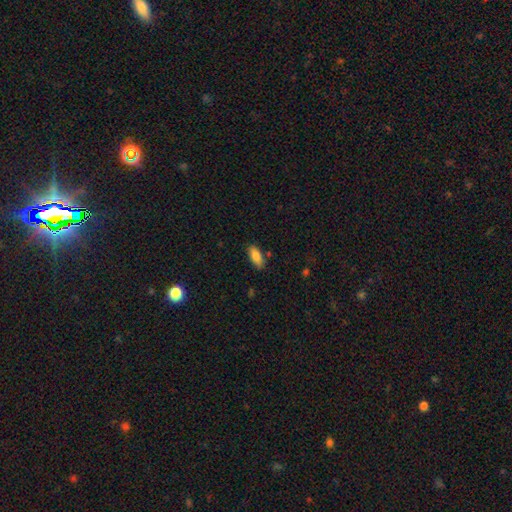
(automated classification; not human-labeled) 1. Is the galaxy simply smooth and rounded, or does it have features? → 85% smooth, 8% featured or disk, 7% star or artifact.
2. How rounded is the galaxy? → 83% in between, 15% cigar-shaped, 2% round.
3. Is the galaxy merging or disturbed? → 83% none, 12% minor disturbance, 3% merger, 2% major disturbance.